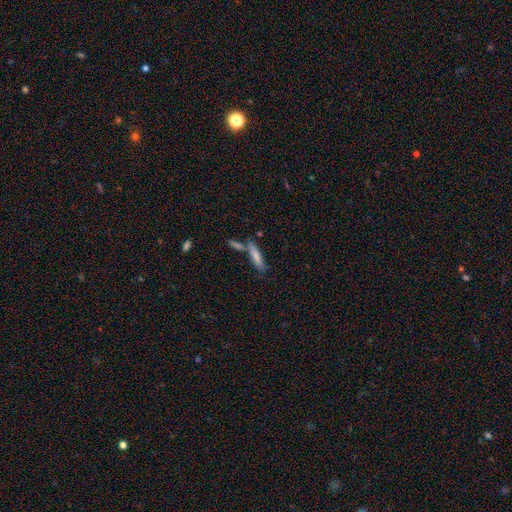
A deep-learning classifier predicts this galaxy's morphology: type=smooth (74%); roundness=cigar-shaped (81%); merging=none (59%).